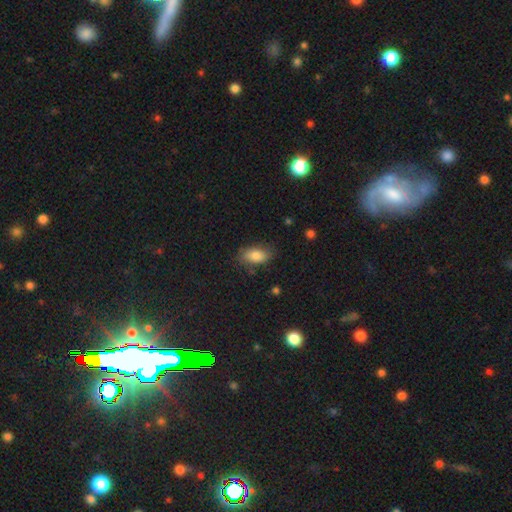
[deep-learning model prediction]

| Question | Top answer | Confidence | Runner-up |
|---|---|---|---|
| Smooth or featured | smooth | 81% | featured or disk (11%) |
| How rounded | in between | 90% | round (5%) |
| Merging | none | 75% | minor disturbance (18%) |